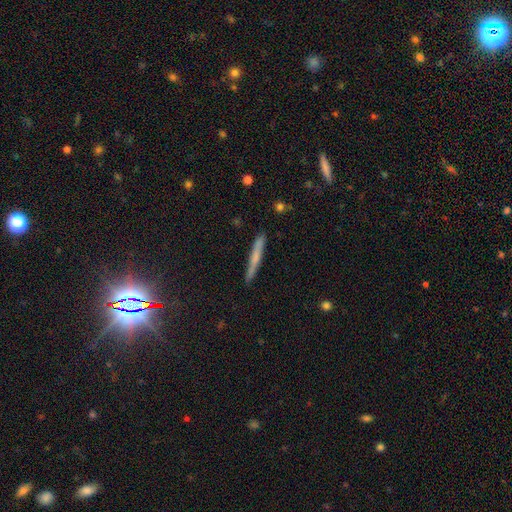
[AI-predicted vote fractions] Smooth or featured?
  - smooth: 56% *
  - featured or disk: 36%
  - star or artifact: 8%
How rounded?
  - cigar-shaped: 96% *
  - in between: 3%
  - round: 2%
Merging?
  - none: 88% *
  - minor disturbance: 9%
  - major disturbance: 2%
  - merger: 1%